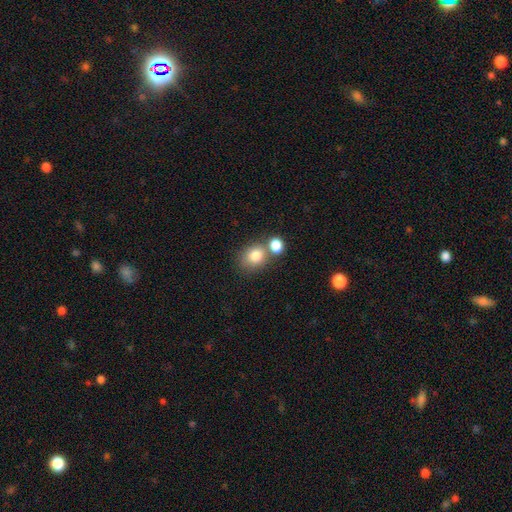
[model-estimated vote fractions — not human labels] smooth-or-featured: smooth: 81% | star or artifact: 10% | featured or disk: 9%
  how-rounded: round: 65% | in between: 34% | cigar-shaped: 1%
  merging: none: 51% | merger: 34% | minor disturbance: 11% | major disturbance: 4%